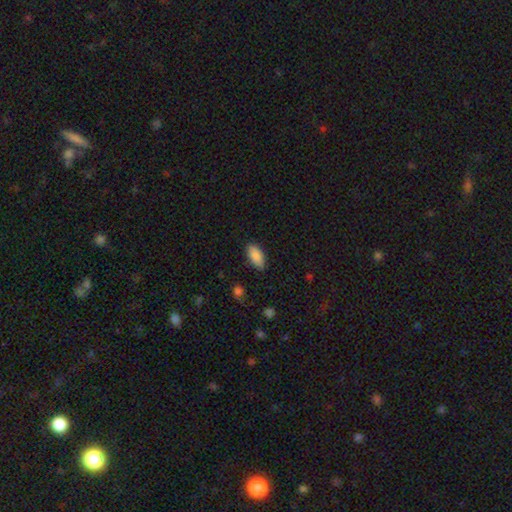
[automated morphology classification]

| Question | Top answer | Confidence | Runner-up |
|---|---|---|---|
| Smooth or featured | smooth | 89% | star or artifact (7%) |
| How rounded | in between | 90% | cigar-shaped (7%) |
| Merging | none | 85% | minor disturbance (11%) |